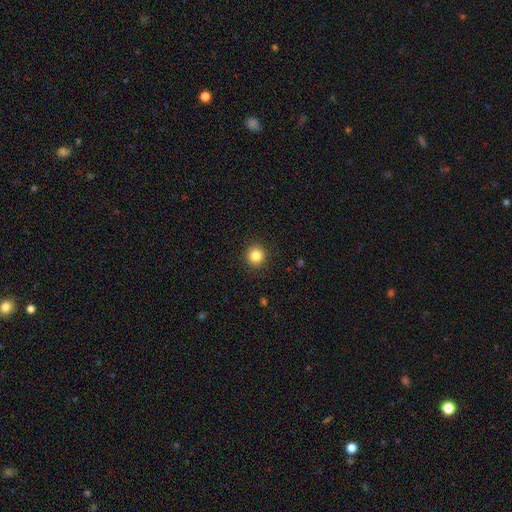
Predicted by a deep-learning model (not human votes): Smooth or featured? smooth (84%)
How rounded? round (93%)
Merging? none (92%)